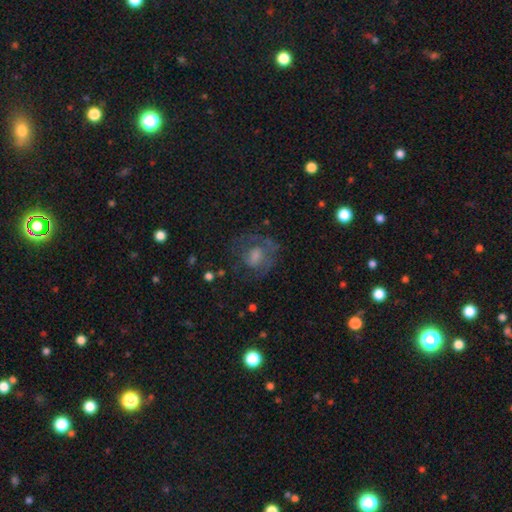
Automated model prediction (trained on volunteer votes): This appears to be a featured or disk galaxy (48%). Merging: none (60%).